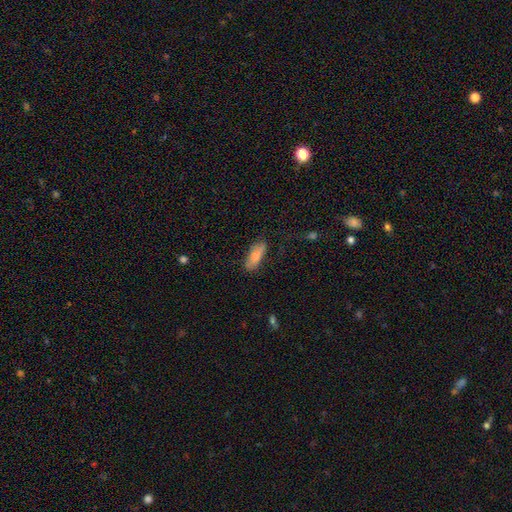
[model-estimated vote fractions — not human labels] smooth-or-featured: smooth: 83% | featured or disk: 10% | star or artifact: 7%
  how-rounded: in between: 71% | cigar-shaped: 27% | round: 2%
  merging: none: 72% | minor disturbance: 20% | major disturbance: 6% | merger: 2%